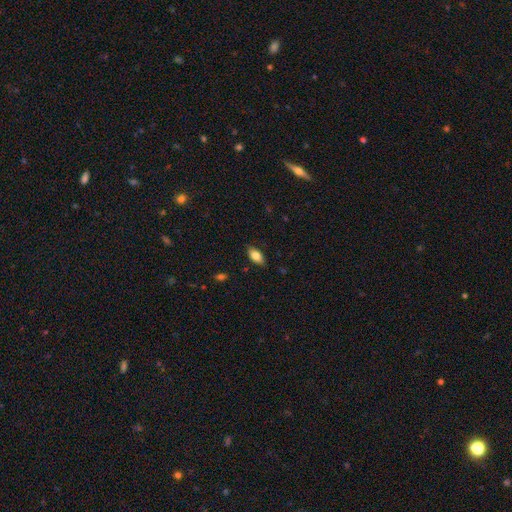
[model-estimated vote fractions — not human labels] smooth 81%, featured or disk 12%, star or artifact 7%. Down the decision tree: how rounded — in between (89%); merging — none (85%).